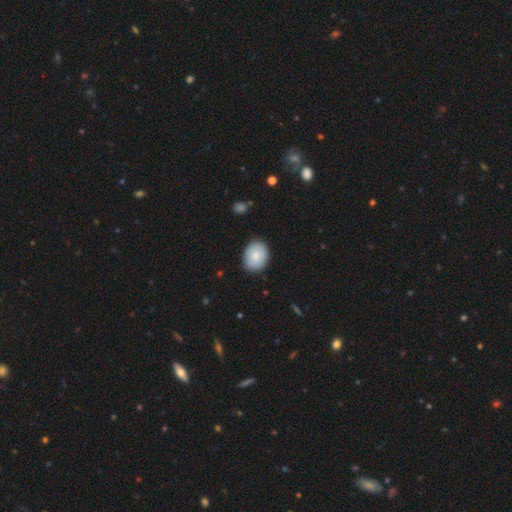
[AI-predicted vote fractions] This appears to be a smooth galaxy with no disk features (83%) that is in between round and cigar-shaped (55%). Merging: none (85%).